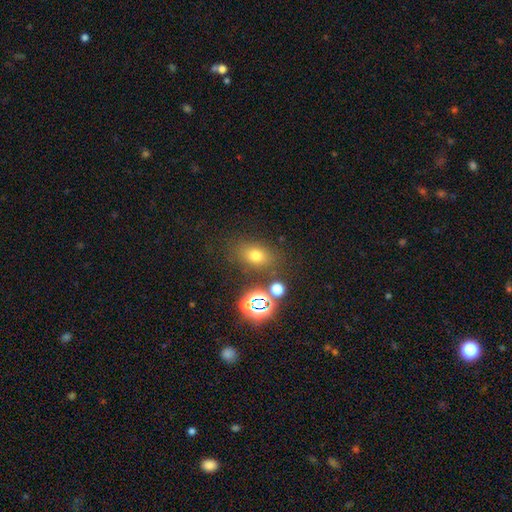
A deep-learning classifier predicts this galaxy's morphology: Overall: smooth (66%). How rounded: in between (62%; round 37%). Merging: none (75%).